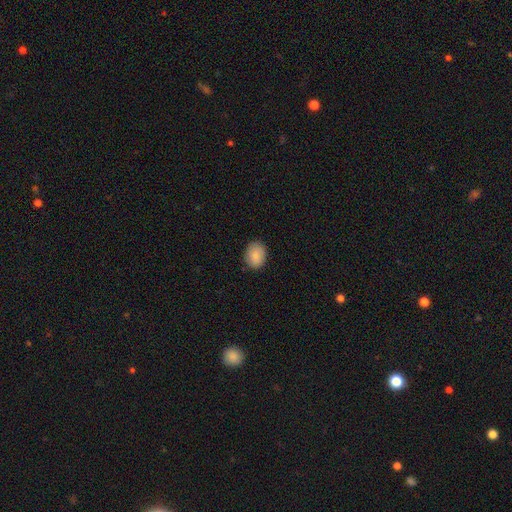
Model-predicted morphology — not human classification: Q: Smooth or featured?
A: smooth (86%); runner-up: star or artifact (8%)
Q: How rounded?
A: in between (54%); runner-up: round (45%)
Q: Merging?
A: none (86%); runner-up: minor disturbance (11%)